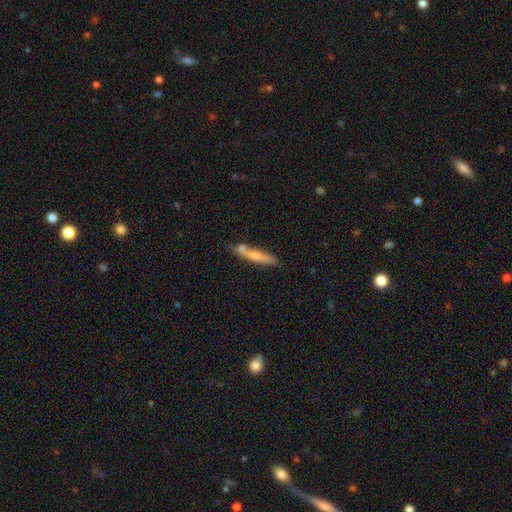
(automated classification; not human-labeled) smooth 64%, featured or disk 29%, star or artifact 6%. Down the decision tree: how rounded — cigar-shaped (86%); merging — none (57%).